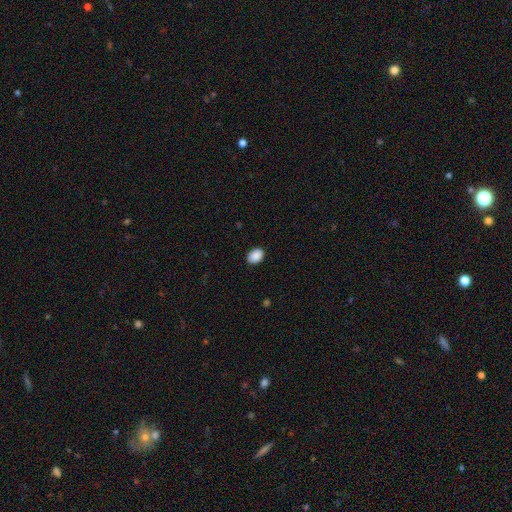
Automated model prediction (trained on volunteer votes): A smooth galaxy with no disk features (90%) that is in between round and cigar-shaped (74%).

Vote fractions:
- Smooth or featured? smooth: 90% / star or artifact: 7% / featured or disk: 3%
- How rounded? in between: 74% / round: 25% / cigar-shaped: 1%
- Merging? none: 89% / minor disturbance: 8% / major disturbance: 2% / merger: 1%